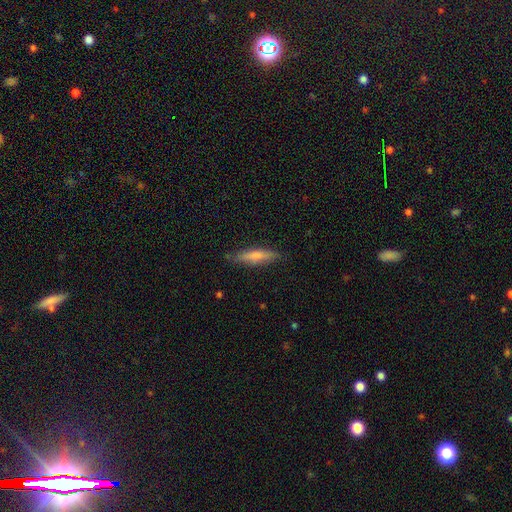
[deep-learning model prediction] A smooth galaxy with no disk features (69%) that is cigar-shaped (79%). Merging: none (81%).